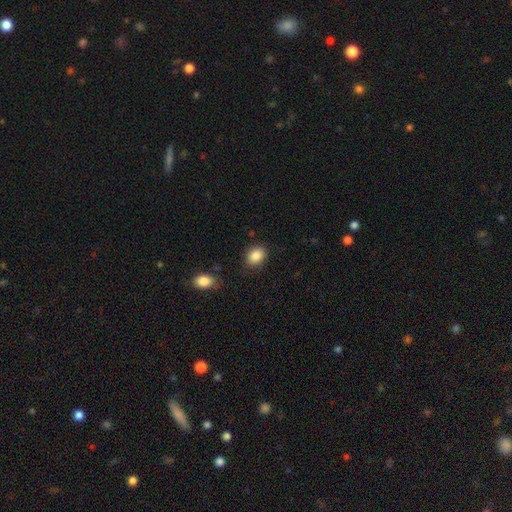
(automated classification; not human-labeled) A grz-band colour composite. It shows a smooth galaxy with no disk features (87%) that is in between round and cigar-shaped (56%). Merging: none (82%).